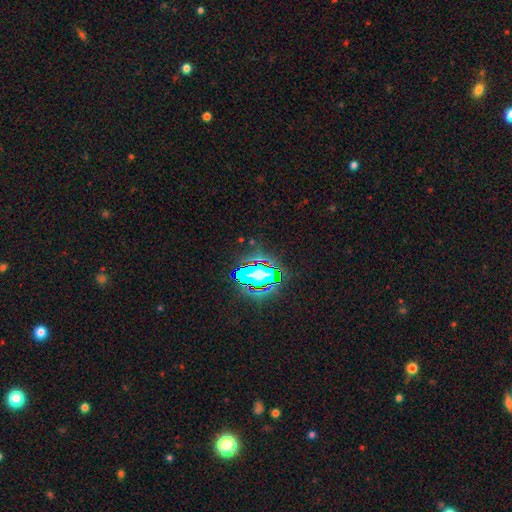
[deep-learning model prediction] Overall: star or artifact (80%).